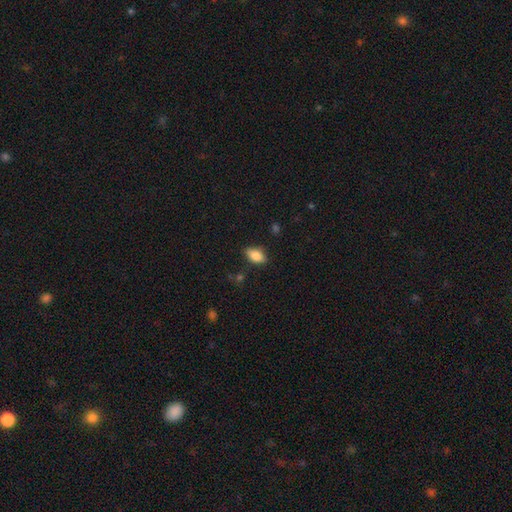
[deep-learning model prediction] Overall: smooth (82%). How rounded: in between (89%). Merging: none (81%).